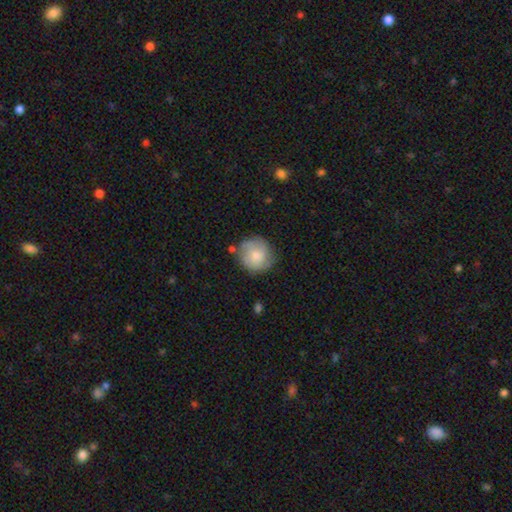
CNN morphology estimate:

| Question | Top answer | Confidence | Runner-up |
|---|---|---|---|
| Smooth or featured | smooth | 66% | featured or disk (27%) |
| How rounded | round | 89% | in between (10%) |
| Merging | none | 68% | minor disturbance (22%) |